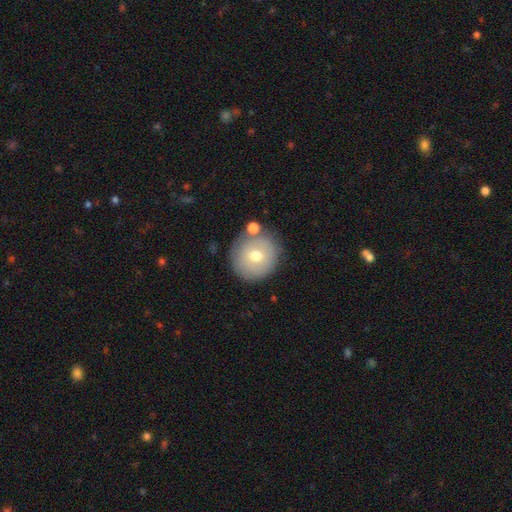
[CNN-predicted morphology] This appears to be a smooth galaxy with no disk features (67%) that is round (92%). Merging: none (76%).